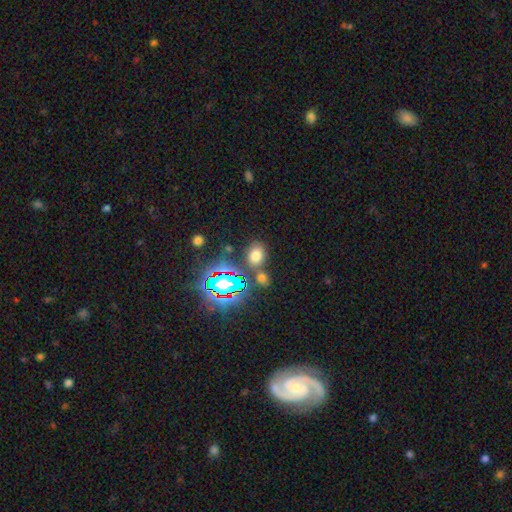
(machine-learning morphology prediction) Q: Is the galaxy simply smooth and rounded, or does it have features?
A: smooth — 65%.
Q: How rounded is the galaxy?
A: in between — 62%.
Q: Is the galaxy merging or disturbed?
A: none — 72%.